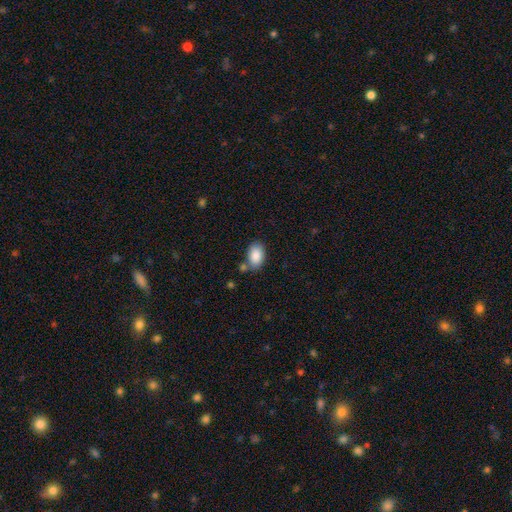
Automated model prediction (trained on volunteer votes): This is clearly a smooth galaxy (88%). How rounded: clearly in between (89%). Merging: likely none (71%).